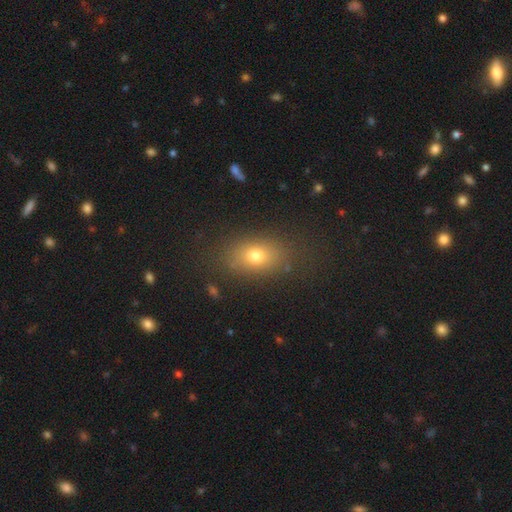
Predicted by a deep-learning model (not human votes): Smooth or featured? smooth (71%)
How rounded? in between (77%)
Merging? none (81%)